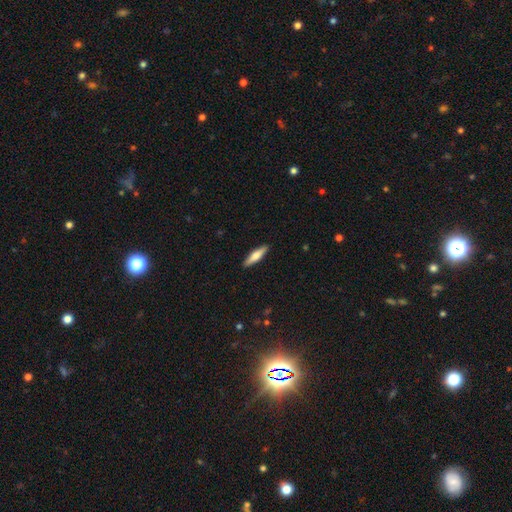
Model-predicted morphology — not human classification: A smooth galaxy with no disk features (58%) that is cigar-shaped (76%).

Vote fractions:
- Smooth or featured? smooth: 58% / featured or disk: 37% / star or artifact: 5%
- How rounded? cigar-shaped: 76% / in between: 23% / round: 2%
- Merging? none: 90% / minor disturbance: 7% / major disturbance: 2% / merger: 1%